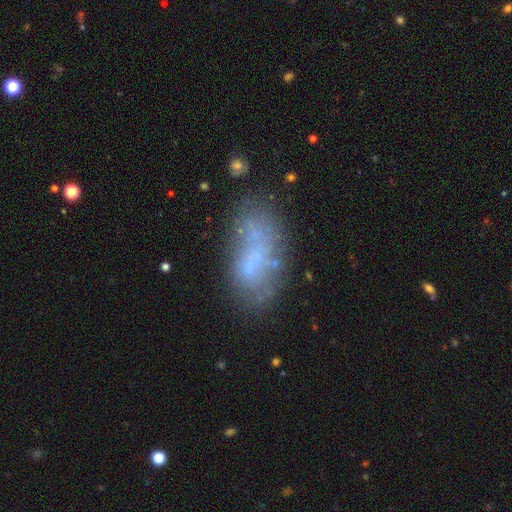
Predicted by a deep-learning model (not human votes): smooth_or_featured: smooth (p=0.48) [alt: featured or disk p=0.39]
merging: none (p=0.50) [alt: minor disturbance p=0.24]